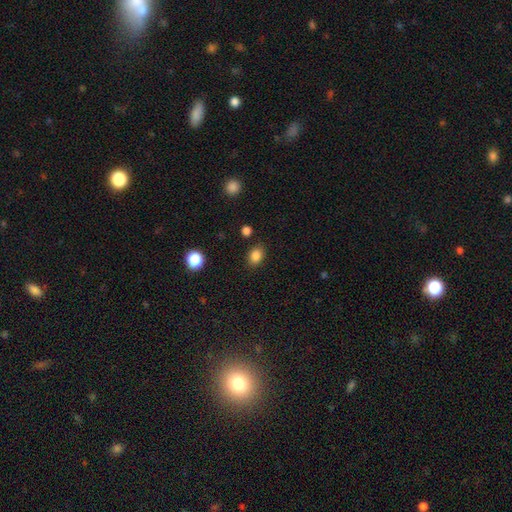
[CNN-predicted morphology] smooth-or-featured: smooth: 85% | star or artifact: 11% | featured or disk: 4%
  how-rounded: in between: 55% | round: 44% | cigar-shaped: 1%
  merging: none: 84% | minor disturbance: 10% | major disturbance: 3% | merger: 2%